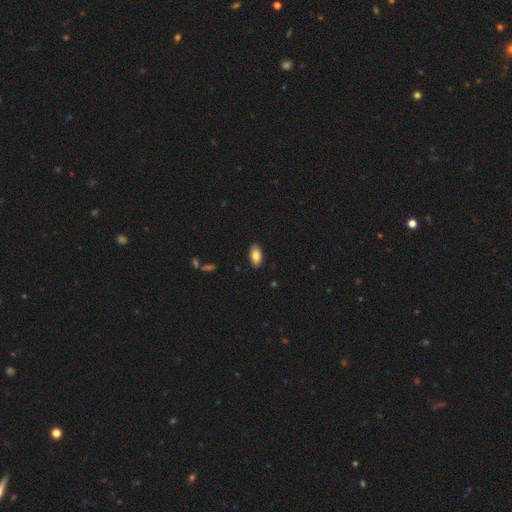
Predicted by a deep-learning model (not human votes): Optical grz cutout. It shows a smooth galaxy with no disk features (84%) that is in between round and cigar-shaped (94%). Merging: none (88%).